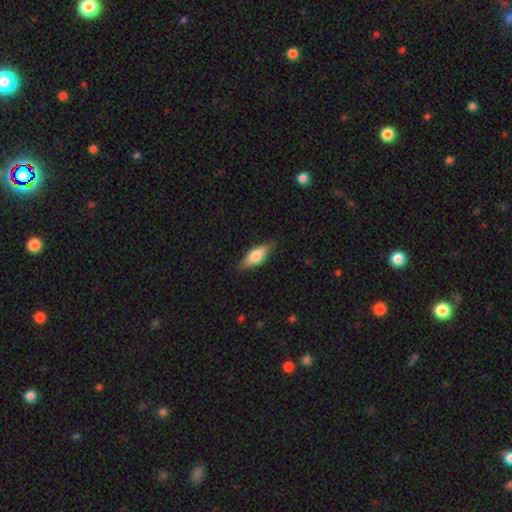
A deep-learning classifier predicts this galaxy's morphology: Smooth or featured? smooth (75%)
How rounded? in between (78%)
Merging? none (78%)